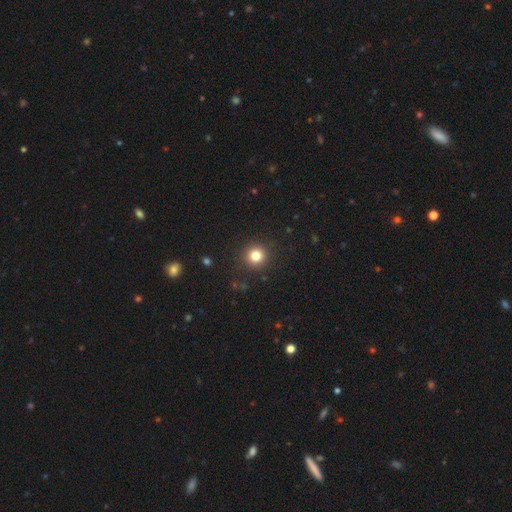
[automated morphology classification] Overall: smooth (81%). How rounded: round (93%). Merging: none (91%).